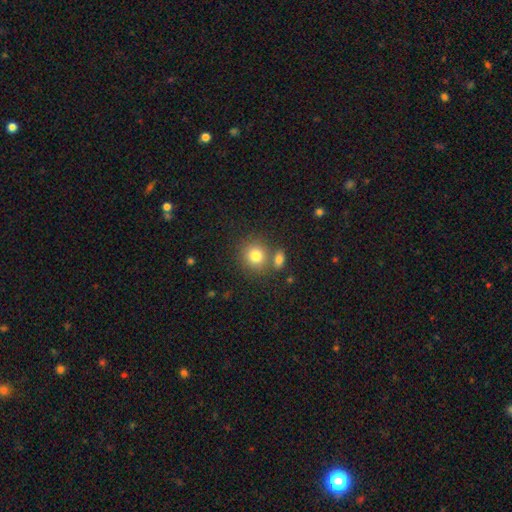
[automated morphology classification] smooth_or_featured: smooth (p=0.80) [alt: star or artifact p=0.11]
how_rounded: round (p=0.82) [alt: in between p=0.17]
merging: none (p=0.65) [alt: merger p=0.22]